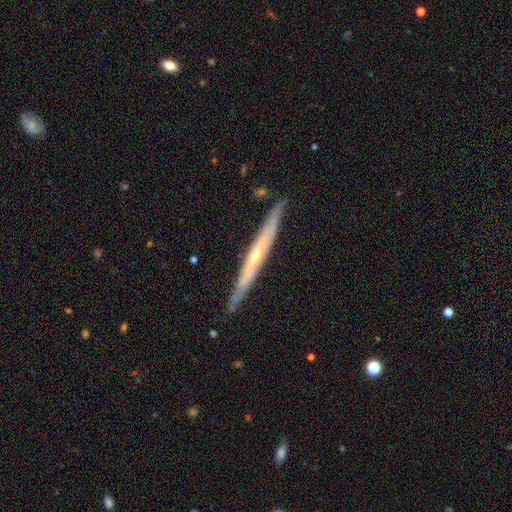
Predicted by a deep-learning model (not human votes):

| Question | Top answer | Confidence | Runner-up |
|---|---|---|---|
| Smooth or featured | featured or disk | 72% | smooth (22%) |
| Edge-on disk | yes | 93% | no (7%) |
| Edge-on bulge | rounded | 59% | none (38%) |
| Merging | none | 86% | minor disturbance (11%) |